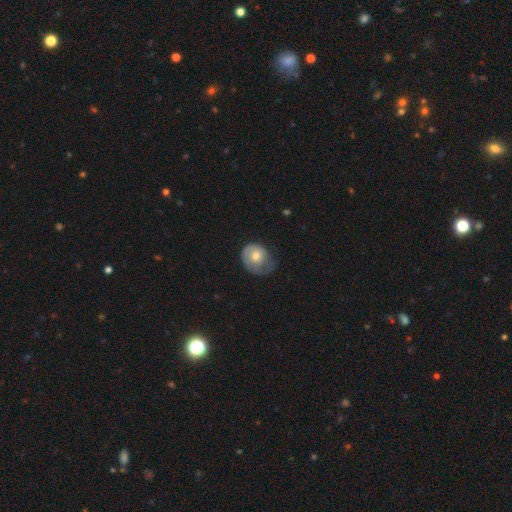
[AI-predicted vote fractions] This is likely a smooth galaxy (63%). How rounded: possibly round (58%). Merging: marginally minor disturbance (38%).